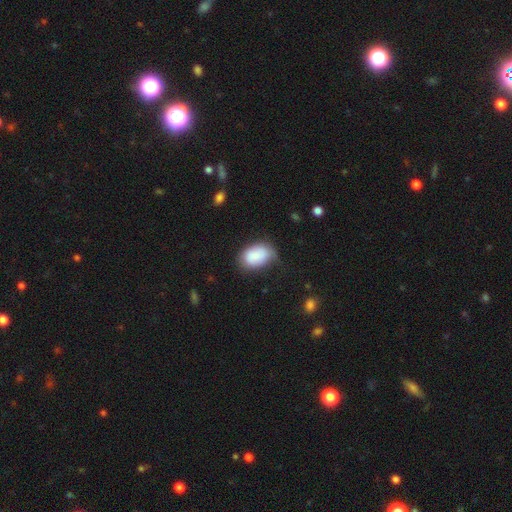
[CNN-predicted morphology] Overall: smooth (85%). How rounded: in between (85%). Merging: none (60%; minor disturbance 29%).